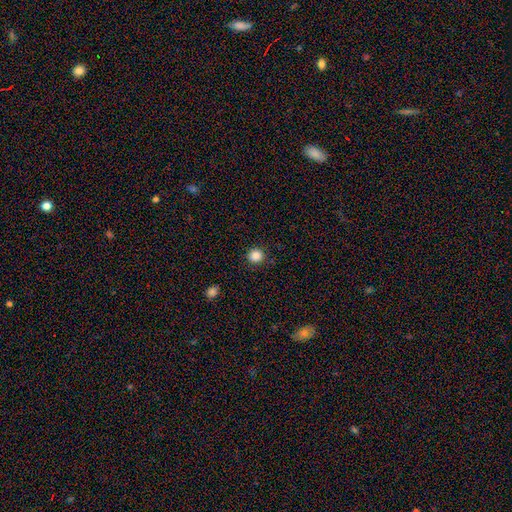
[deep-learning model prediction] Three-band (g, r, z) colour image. It shows a smooth galaxy with no disk features (86%) that is round (92%). Merging: none (91%).